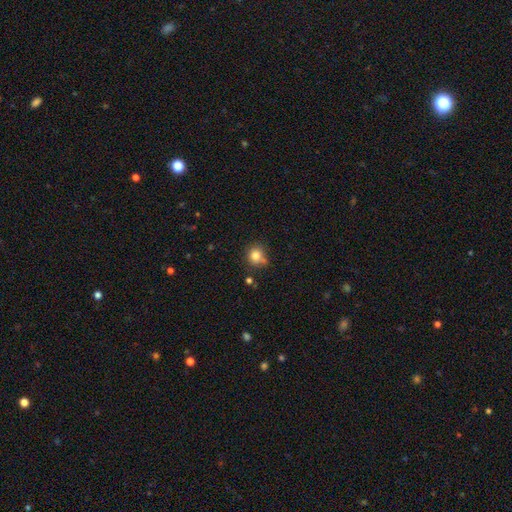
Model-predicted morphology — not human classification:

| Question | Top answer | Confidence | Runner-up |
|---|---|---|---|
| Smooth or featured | smooth | 81% | star or artifact (12%) |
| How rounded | round | 86% | in between (13%) |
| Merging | none | 69% | minor disturbance (16%) |